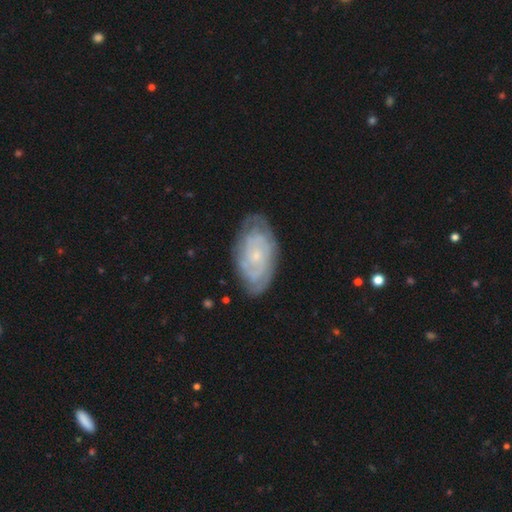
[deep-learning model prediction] Overall: featured or disk (78%). Edge-on disk: no (95%). Bar: no (75%). Spiral arms: yes (93%). Spiral arm count: can't tell (43%; 2 24%). Spiral winding: tight (75%). Bulge size: small (74%). Merging: none (77%).